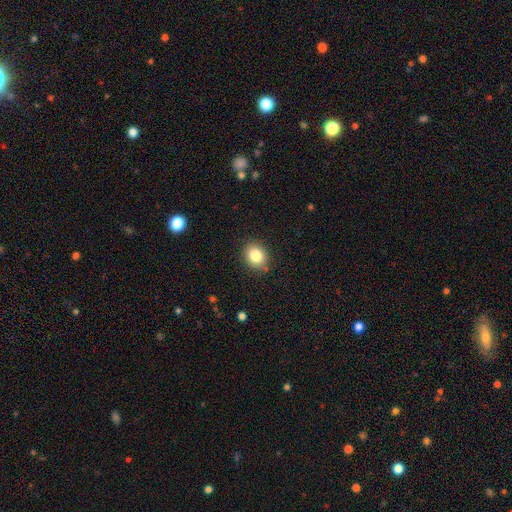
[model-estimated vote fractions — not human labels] Q: Smooth or featured?
A: smooth (84%); runner-up: star or artifact (10%)
Q: How rounded?
A: round (60%); runner-up: in between (39%)
Q: Merging?
A: none (86%); runner-up: minor disturbance (10%)